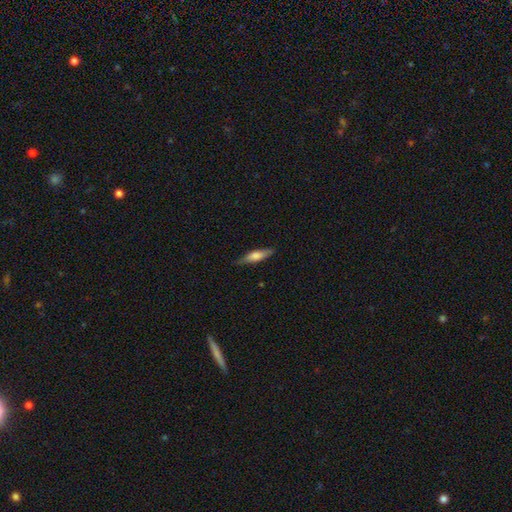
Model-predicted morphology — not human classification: Smooth or featured?
  - smooth: 64% *
  - featured or disk: 30%
  - star or artifact: 6%
How rounded?
  - cigar-shaped: 65% *
  - in between: 33%
  - round: 2%
Merging?
  - none: 81% *
  - minor disturbance: 15%
  - major disturbance: 3%
  - merger: 1%